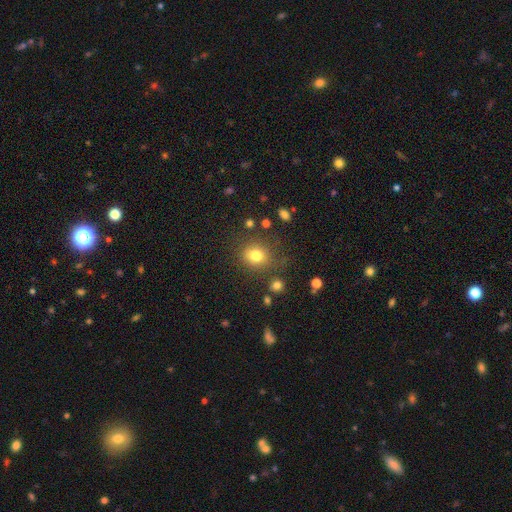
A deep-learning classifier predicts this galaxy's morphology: Smooth or featured?
  - smooth: 79% *
  - star or artifact: 14%
  - featured or disk: 8%
How rounded?
  - round: 77% *
  - in between: 22%
  - cigar-shaped: 1%
Merging?
  - none: 77% *
  - minor disturbance: 13%
  - major disturbance: 5%
  - merger: 4%